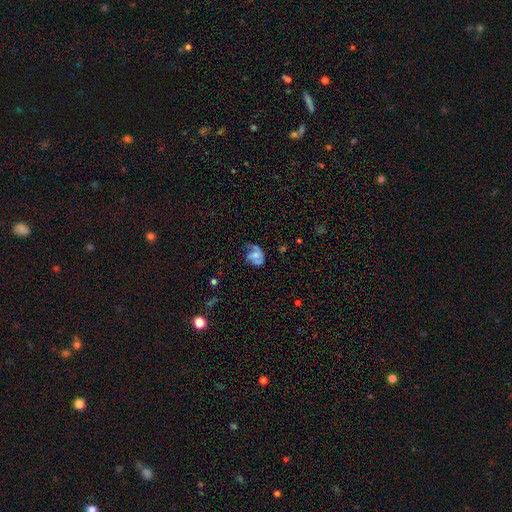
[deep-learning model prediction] smooth_or_featured: featured or disk (p=0.61) [alt: smooth p=0.30]
disk_edge_on: no (p=0.97) [alt: yes p=0.03]
bar: no (p=0.58) [alt: weak p=0.33]
has_spiral_arms: yes (p=0.82) [alt: no p=0.18]
bulge_size: small (p=0.45) [alt: moderate p=0.35]
merging: none (p=0.40) [alt: major disturbance p=0.29]